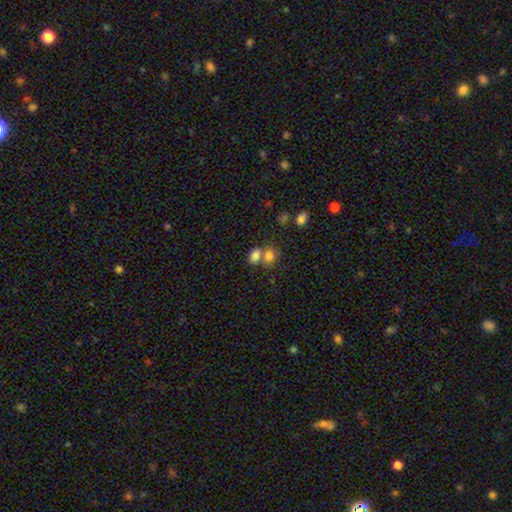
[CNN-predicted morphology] Overall: smooth (79%). How rounded: in between (71%). Merging: merger (51%; none 35%).